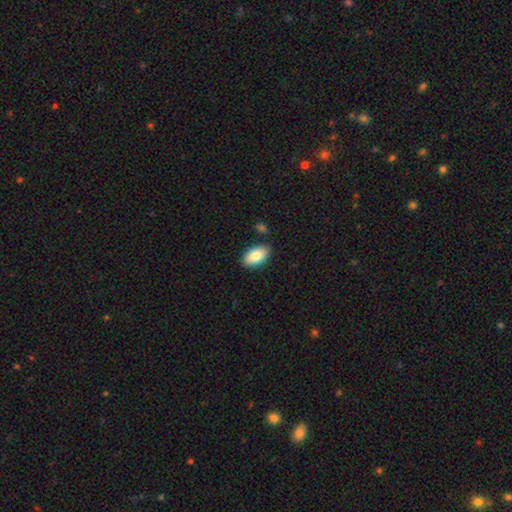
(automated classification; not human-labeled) The model was most divided on "merging": none: 83%, minor disturbance: 11%, merger: 4%, major disturbance: 2%. More confident: how rounded — in between (94%); smooth or featured — smooth (84%).